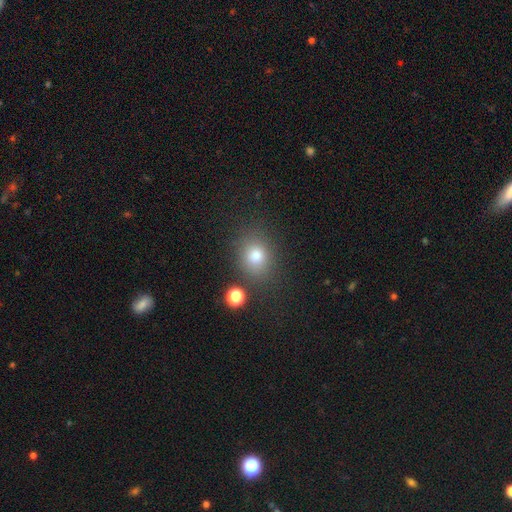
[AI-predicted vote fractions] smooth_or_featured: smooth (p=0.79) [alt: star or artifact p=0.13]
how_rounded: round (p=0.58) [alt: in between p=0.41]
merging: none (p=0.77) [alt: minor disturbance p=0.13]